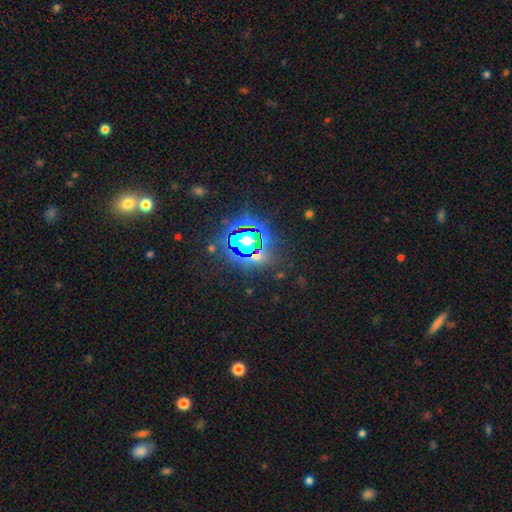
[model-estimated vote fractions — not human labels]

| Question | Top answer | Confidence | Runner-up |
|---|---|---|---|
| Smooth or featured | star or artifact | 67% | smooth (21%) |